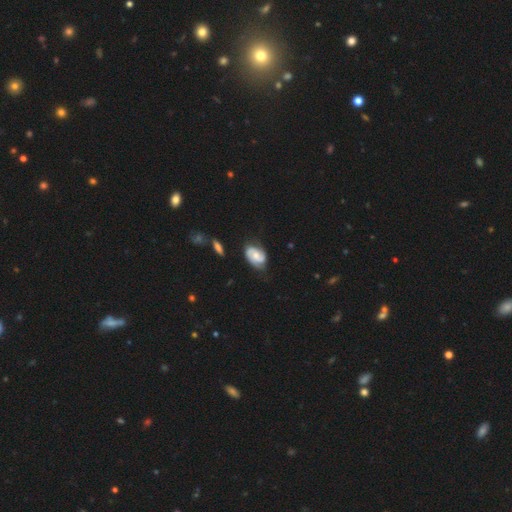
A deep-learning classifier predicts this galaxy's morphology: Smooth or featured? Predicted: featured or disk (p=0.68). Edge-on disk? Predicted: no (p=0.97). Bar? Predicted: no (p=0.57). Spiral arms? Predicted: yes (p=0.91). Spiral winding? Predicted: medium (p=0.42). Spiral arm count? Predicted: 2 (p=0.82). Bulge size? Predicted: moderate (p=0.54). Merging? Predicted: none (p=0.66).